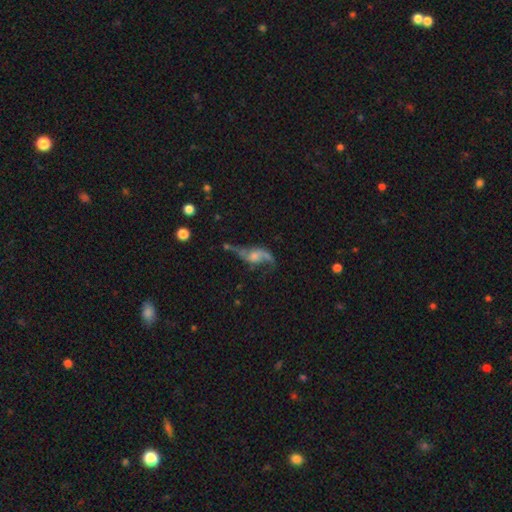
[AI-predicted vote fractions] Overall: featured or disk (76%). Edge-on disk: no (92%). Bar: no (60%; weak 32%). Spiral arms: yes (89%). Spiral arm count: 2 (87%). Spiral winding: loose (84%). Bulge size: small (33%; moderate 31%). Merging: none (42%; major disturbance 26%).